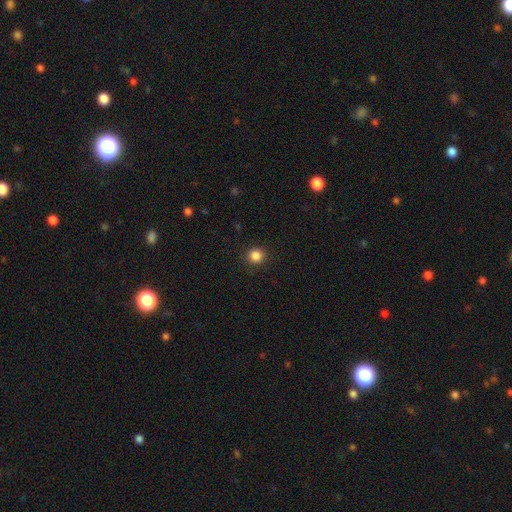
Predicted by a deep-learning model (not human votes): This is clearly a smooth galaxy (86%). How rounded: clearly round (92%). Merging: clearly none (91%).